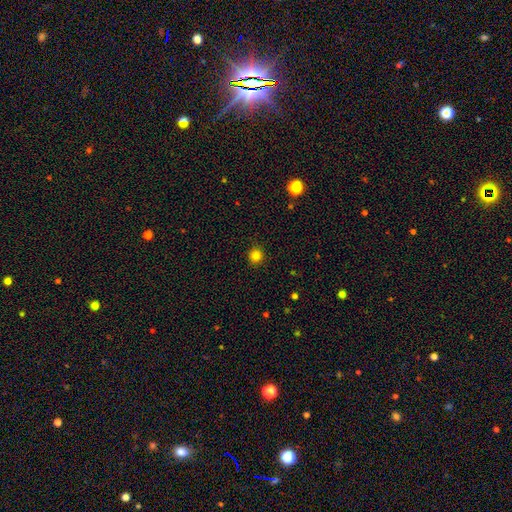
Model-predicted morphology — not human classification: Smooth or featured? smooth (82%)
How rounded? round (92%)
Merging? none (91%)